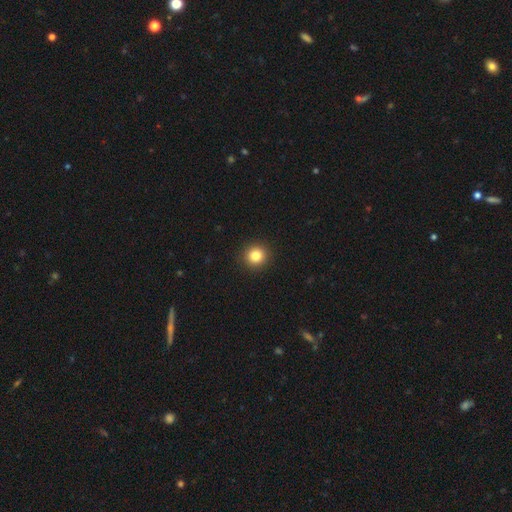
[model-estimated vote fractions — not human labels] A smooth galaxy with no disk features (83%) that is round (93%).

Vote fractions:
- Smooth or featured? smooth: 83% / star or artifact: 11% / featured or disk: 6%
- How rounded? round: 93% / in between: 6% / cigar-shaped: 1%
- Merging? none: 93% / minor disturbance: 5% / major disturbance: 2% / merger: 1%